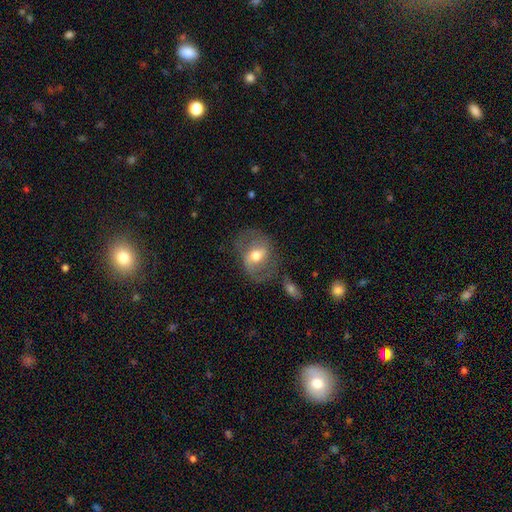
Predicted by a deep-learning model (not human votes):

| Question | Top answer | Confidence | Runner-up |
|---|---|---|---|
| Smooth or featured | featured or disk | 61% | smooth (32%) |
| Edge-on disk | no | 94% | yes (6%) |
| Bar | weak | 44% | strong (33%) |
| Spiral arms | yes | 66% | no (34%) |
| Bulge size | moderate | 73% | large (13%) |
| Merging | none | 63% | minor disturbance (19%) |